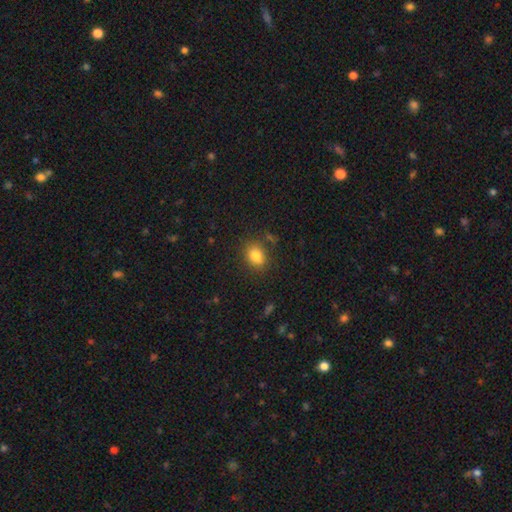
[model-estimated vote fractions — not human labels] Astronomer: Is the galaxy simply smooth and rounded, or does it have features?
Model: smooth — 82%.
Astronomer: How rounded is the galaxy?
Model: in between — 54% (runner-up: round, 45%).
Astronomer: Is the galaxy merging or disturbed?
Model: none — 80%.